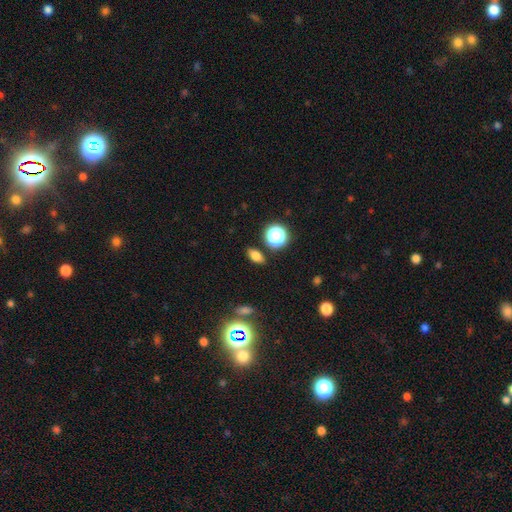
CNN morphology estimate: smooth-or-featured: smooth: 74% | star or artifact: 17% | featured or disk: 9%
  how-rounded: in between: 79% | round: 16% | cigar-shaped: 6%
  merging: none: 84% | minor disturbance: 10% | merger: 3% | major disturbance: 3%